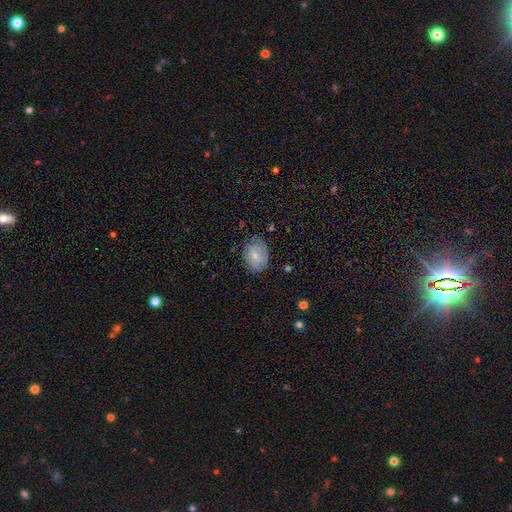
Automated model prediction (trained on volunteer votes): Smooth or featured: smooth — 73% (featured or disk — 19%)
How rounded: in between — 65% (round — 33%)
Merging: none — 69% (minor disturbance — 23%)